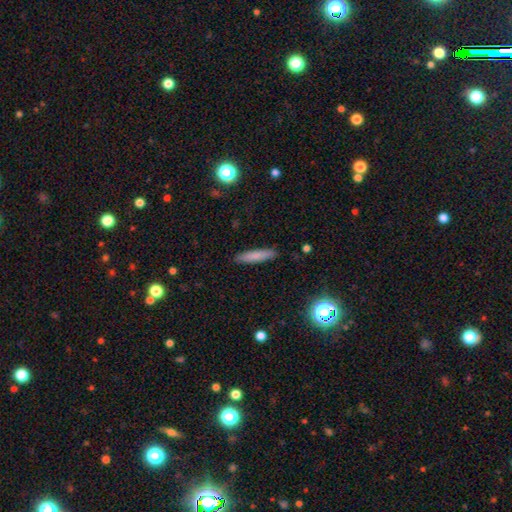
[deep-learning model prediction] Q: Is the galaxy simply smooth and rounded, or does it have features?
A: smooth — 80%.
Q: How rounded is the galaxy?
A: cigar-shaped — 87%.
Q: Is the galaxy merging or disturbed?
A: none — 89%.